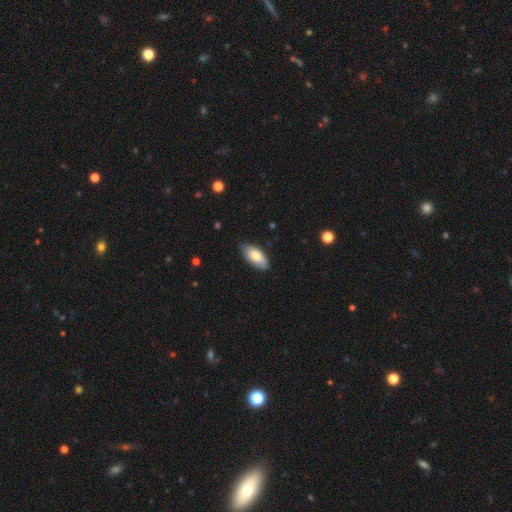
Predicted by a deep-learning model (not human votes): Morphology: type=smooth (77%); roundness=in between (91%); merging=none (76%).